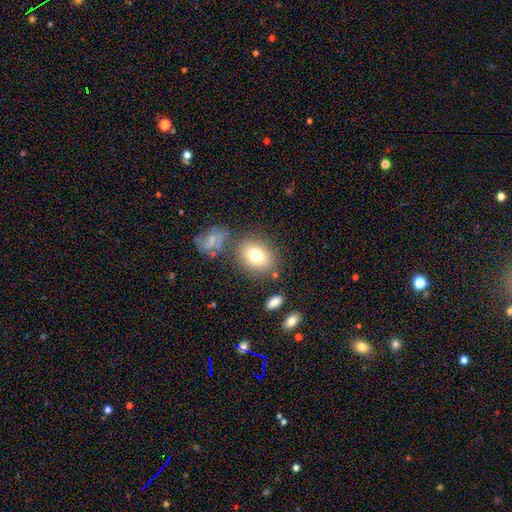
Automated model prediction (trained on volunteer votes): This is likely a smooth galaxy (77%). How rounded: possibly in between (52%). Merging: likely none (73%).